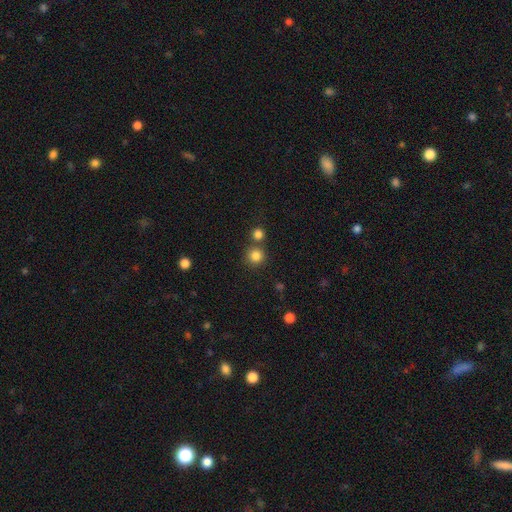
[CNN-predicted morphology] smooth 82%, star or artifact 13%, featured or disk 5%. Down the decision tree: how rounded — round (94%); merging — none (74%).